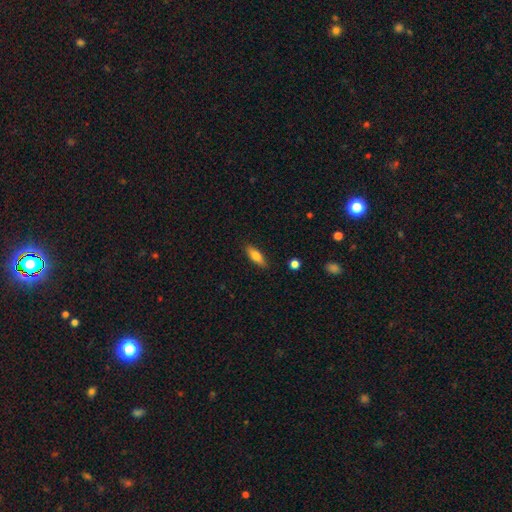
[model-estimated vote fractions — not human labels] Smooth or featured: smooth — 74% (featured or disk — 20%)
How rounded: in between — 58% (cigar-shaped — 39%)
Merging: none — 87% (minor disturbance — 10%)